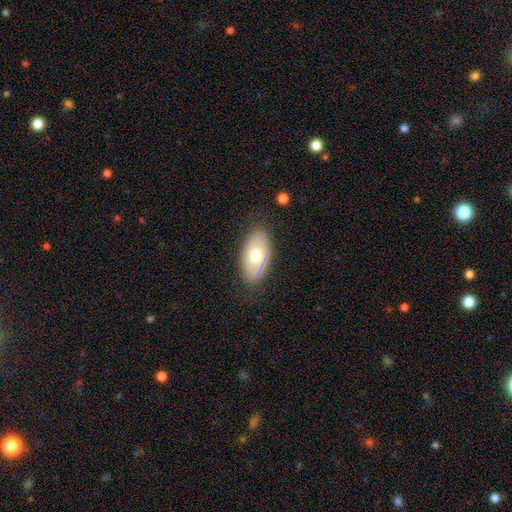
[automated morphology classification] The model was most divided on "smooth or featured": smooth: 65%, featured or disk: 28%, star or artifact: 7%. More confident: how rounded — in between (93%); merging — none (81%).